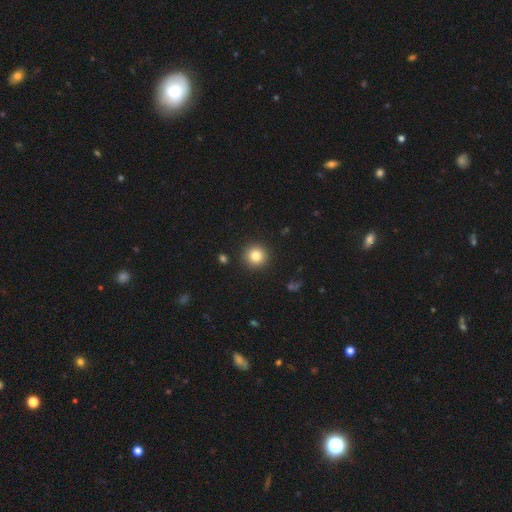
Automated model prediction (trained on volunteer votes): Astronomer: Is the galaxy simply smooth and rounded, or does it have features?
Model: smooth — 82%.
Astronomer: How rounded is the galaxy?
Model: round — 95%.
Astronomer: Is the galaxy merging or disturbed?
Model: none — 91%.